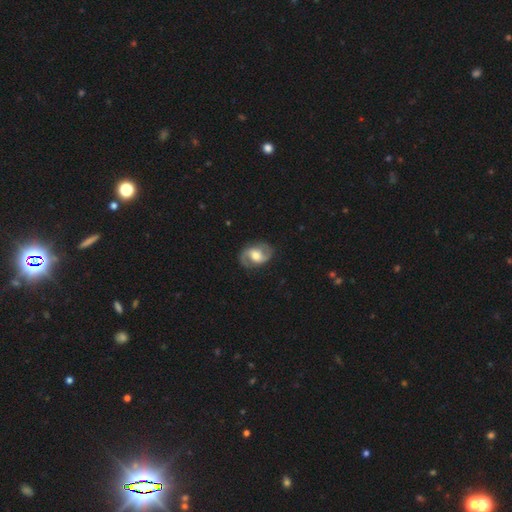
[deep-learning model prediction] Q: Smooth or featured?
A: featured or disk (83%); runner-up: smooth (12%)
Q: Edge-on disk?
A: no (97%); runner-up: yes (3%)
Q: Bar?
A: weak (44%); runner-up: no (37%)
Q: Spiral arms?
A: yes (94%); runner-up: no (6%)
Q: Spiral winding?
A: medium (53%); runner-up: loose (29%)
Q: Spiral arm count?
A: 2 (93%); runner-up: can't tell (3%)
Q: Bulge size?
A: moderate (65%); runner-up: large (16%)
Q: Merging?
A: none (84%); runner-up: minor disturbance (11%)